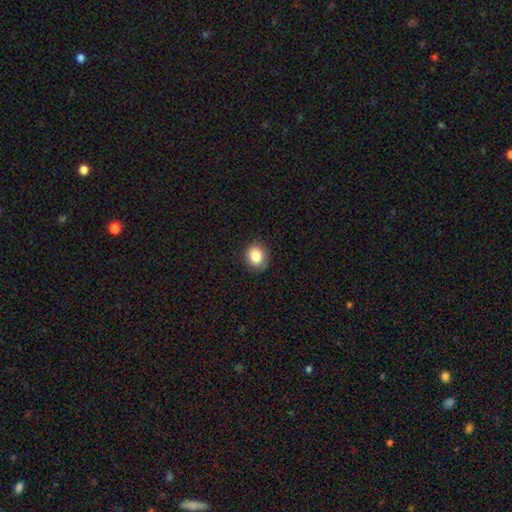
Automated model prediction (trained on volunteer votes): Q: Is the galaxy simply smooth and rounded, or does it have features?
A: smooth — 85%.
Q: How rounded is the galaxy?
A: round — 68%.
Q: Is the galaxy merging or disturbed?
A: none — 88%.